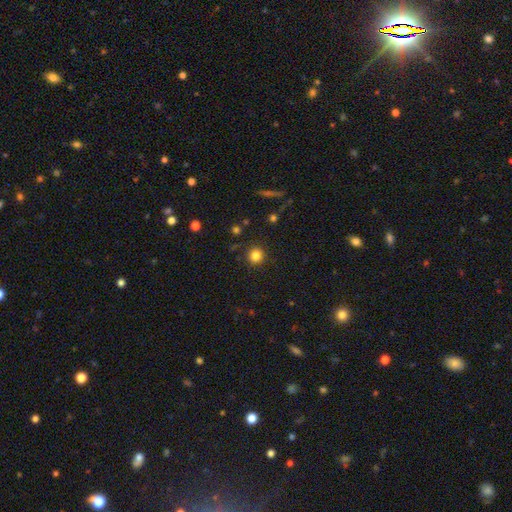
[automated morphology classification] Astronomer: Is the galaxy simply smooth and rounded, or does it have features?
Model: smooth — 83%.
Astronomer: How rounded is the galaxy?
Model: round — 89%.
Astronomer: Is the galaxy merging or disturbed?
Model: none — 89%.